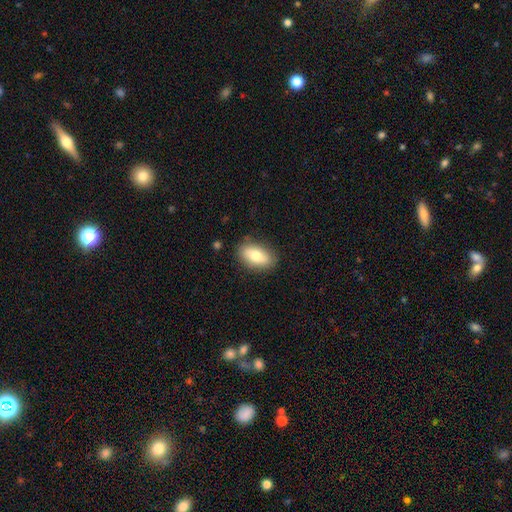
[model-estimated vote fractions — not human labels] The model was most divided on "smooth or featured": smooth: 75%, featured or disk: 18%, star or artifact: 7%. More confident: how rounded — in between (90%); merging — none (84%).